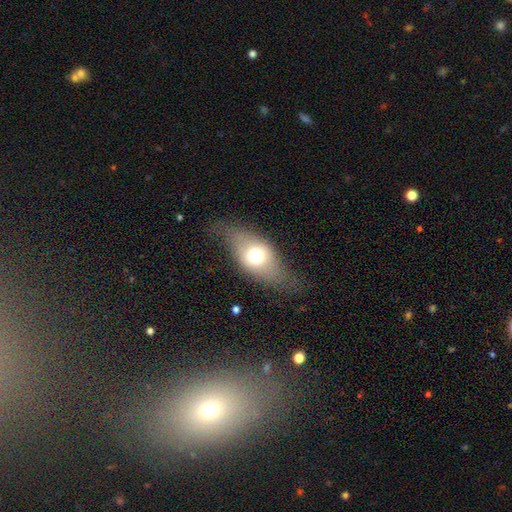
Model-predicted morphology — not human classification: This is possibly a smooth galaxy (59%). How rounded: likely in between (79%). Merging: likely none (68%).